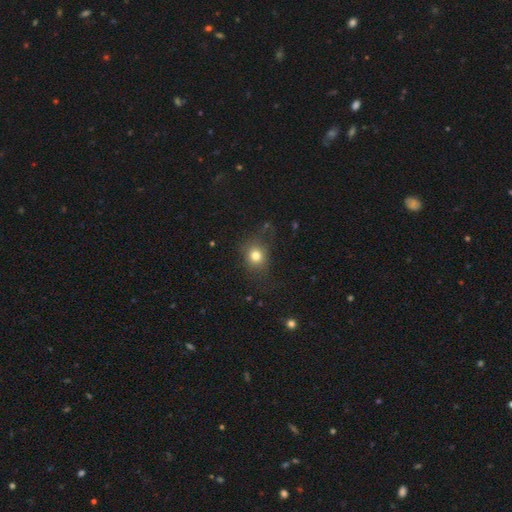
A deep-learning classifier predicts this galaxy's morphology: type=smooth (77%); roundness=round (74%); merging=none (69%).